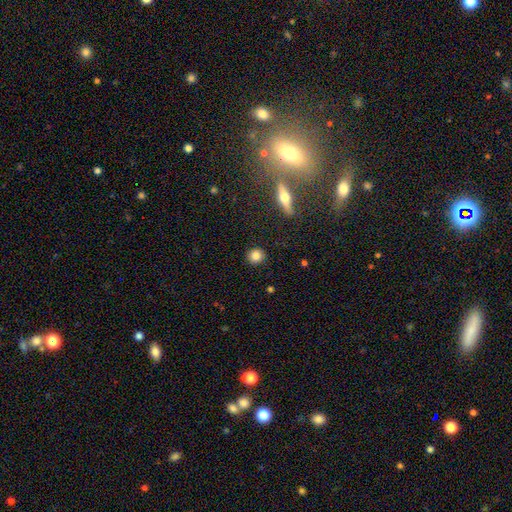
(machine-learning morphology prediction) smooth-or-featured: smooth: 82% | star or artifact: 9% | featured or disk: 9%
  how-rounded: round: 88% | in between: 10% | cigar-shaped: 2%
  merging: none: 91% | minor disturbance: 6% | major disturbance: 2% | merger: 1%